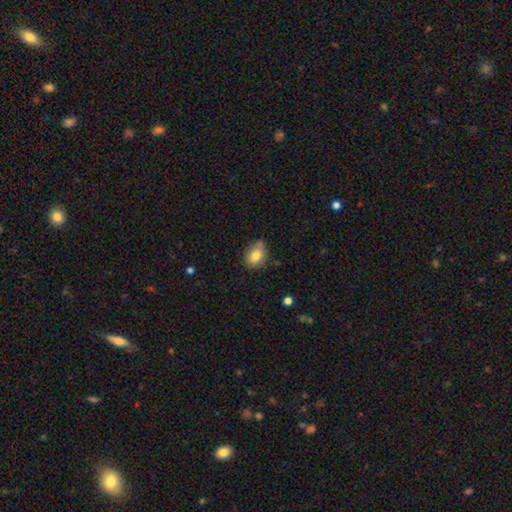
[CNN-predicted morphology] A smooth galaxy with no disk features (79%) that is in between round and cigar-shaped (64%).

Vote fractions:
- Smooth or featured? smooth: 79% / featured or disk: 12% / star or artifact: 9%
- How rounded? in between: 64% / round: 35% / cigar-shaped: 1%
- Merging? none: 65% / minor disturbance: 25% / merger: 6% / major disturbance: 5%